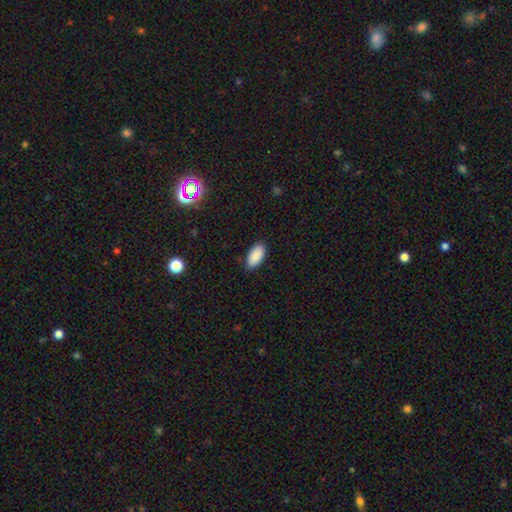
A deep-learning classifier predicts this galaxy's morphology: type=smooth (90%); roundness=in between (94%); merging=none (87%).